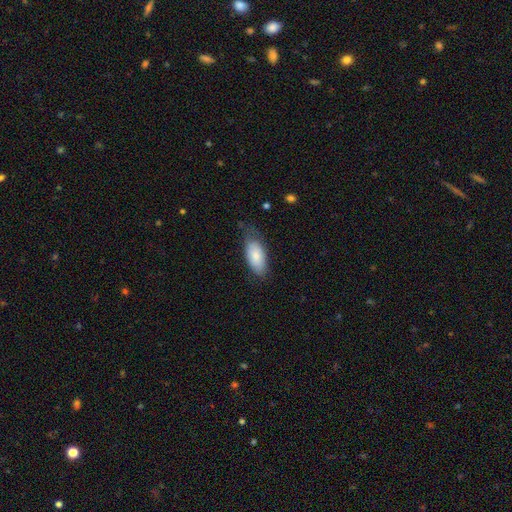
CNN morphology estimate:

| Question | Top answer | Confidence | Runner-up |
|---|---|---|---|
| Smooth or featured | smooth | 79% | featured or disk (15%) |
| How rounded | in between | 91% | cigar-shaped (7%) |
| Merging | none | 62% | minor disturbance (29%) |